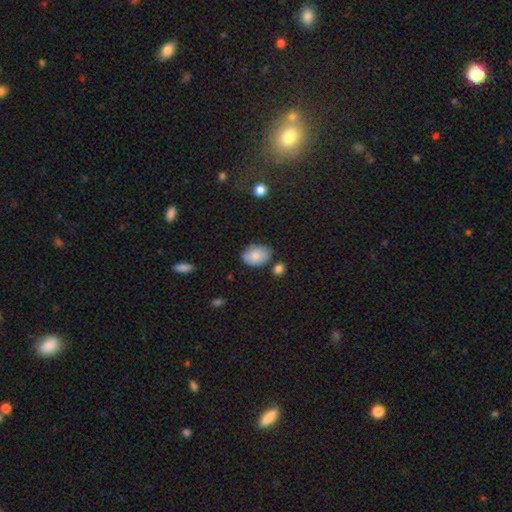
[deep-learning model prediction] smooth_or_featured: smooth (p=0.82) [alt: featured or disk p=0.11]
how_rounded: in between (p=0.81) [alt: round p=0.18]
merging: none (p=0.69) [alt: minor disturbance p=0.22]